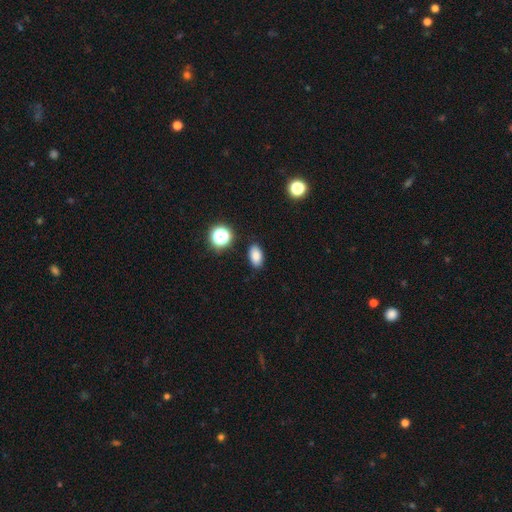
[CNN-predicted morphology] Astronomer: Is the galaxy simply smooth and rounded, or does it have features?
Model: smooth — 83%.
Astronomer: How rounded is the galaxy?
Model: in between — 89%.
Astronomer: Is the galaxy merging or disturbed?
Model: none — 86%.